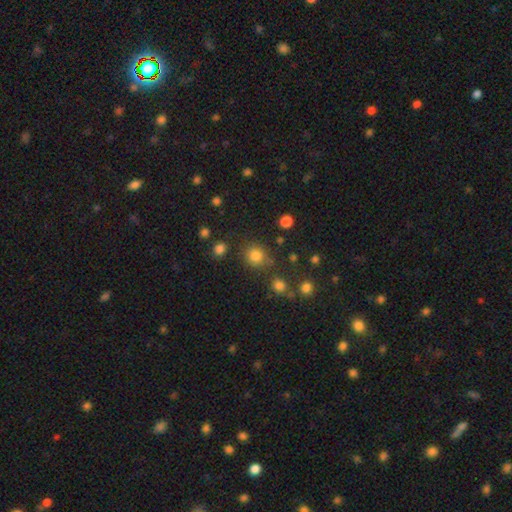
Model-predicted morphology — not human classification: smooth_or_featured: smooth (p=0.81) [alt: star or artifact p=0.13]
how_rounded: round (p=0.87) [alt: in between p=0.12]
merging: none (p=0.75) [alt: minor disturbance p=0.12]